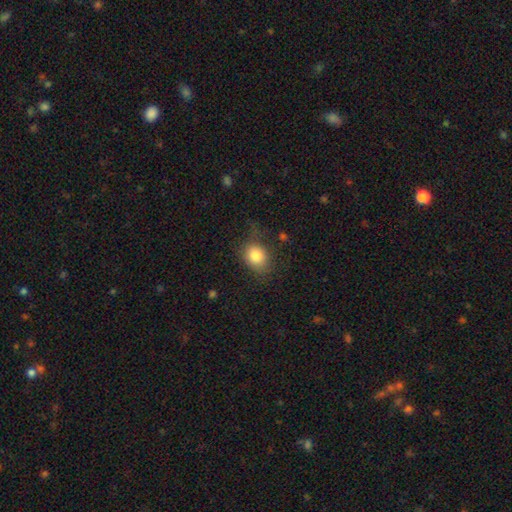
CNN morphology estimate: Overall: smooth (82%). How rounded: round (53%; in between 46%). Merging: none (65%).